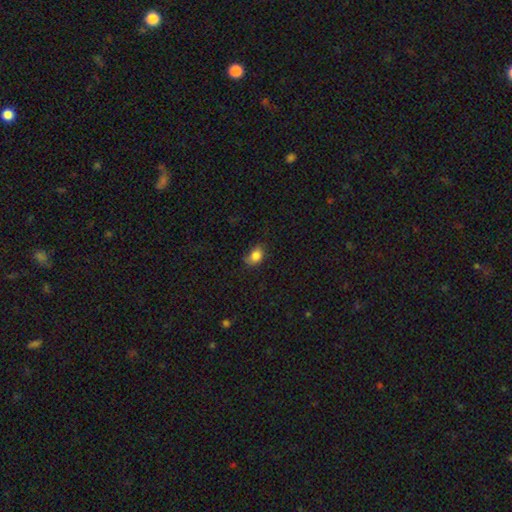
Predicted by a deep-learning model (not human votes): A smooth galaxy with no disk features (83%) that is in between round and cigar-shaped (67%).

Vote fractions:
- Smooth or featured? smooth: 83% / star or artifact: 10% / featured or disk: 8%
- How rounded? in between: 67% / round: 32% / cigar-shaped: 1%
- Merging? none: 51% / minor disturbance: 35% / major disturbance: 11% / merger: 3%